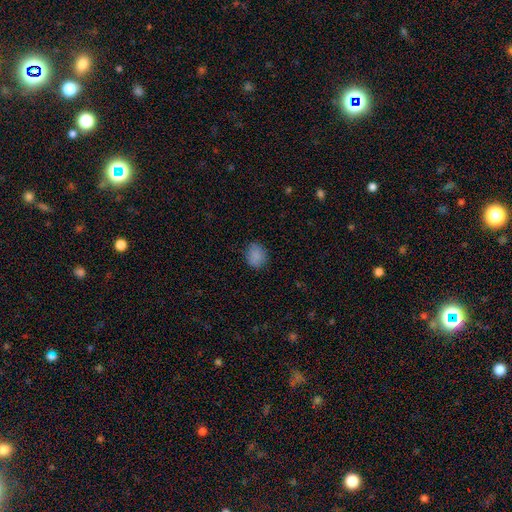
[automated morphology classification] Smooth or featured: smooth — 86% (star or artifact — 10%)
How rounded: round — 68% (in between — 31%)
Merging: none — 81% (minor disturbance — 15%)